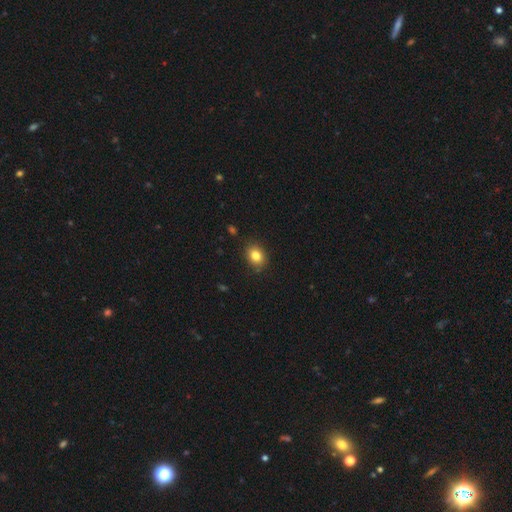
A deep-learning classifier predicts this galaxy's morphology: Smooth or featured?
  - smooth: 82% *
  - star or artifact: 10%
  - featured or disk: 7%
How rounded?
  - in between: 51% *
  - round: 48%
  - cigar-shaped: 1%
Merging?
  - none: 87% *
  - minor disturbance: 10%
  - major disturbance: 2%
  - merger: 1%